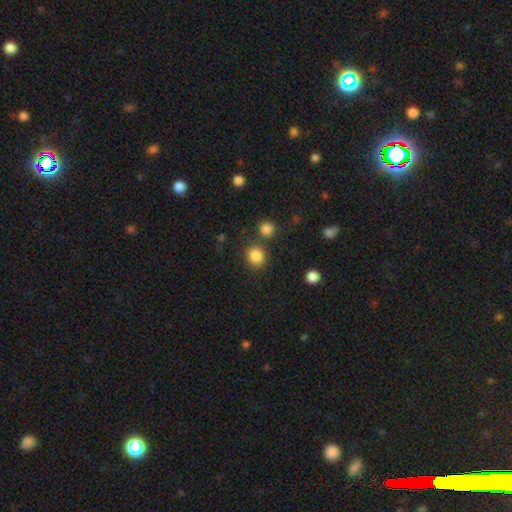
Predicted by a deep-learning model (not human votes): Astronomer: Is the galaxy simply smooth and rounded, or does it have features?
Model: smooth — 85%.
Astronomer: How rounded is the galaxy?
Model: round — 81%.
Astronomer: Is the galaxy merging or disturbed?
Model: none — 77%.